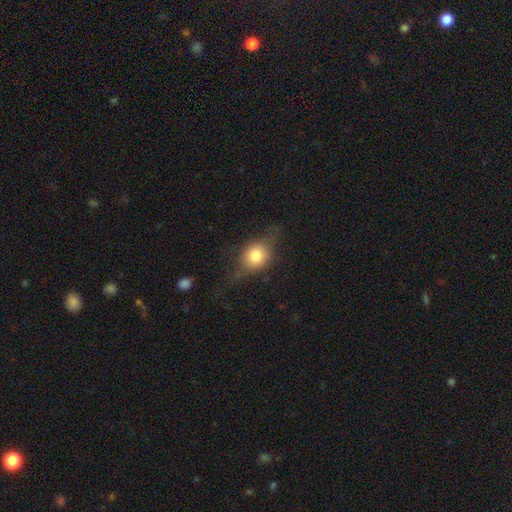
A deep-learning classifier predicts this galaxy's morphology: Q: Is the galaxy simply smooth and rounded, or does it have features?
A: smooth — 66%.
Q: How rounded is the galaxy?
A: round — 56%.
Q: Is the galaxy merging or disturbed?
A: none — 57%.